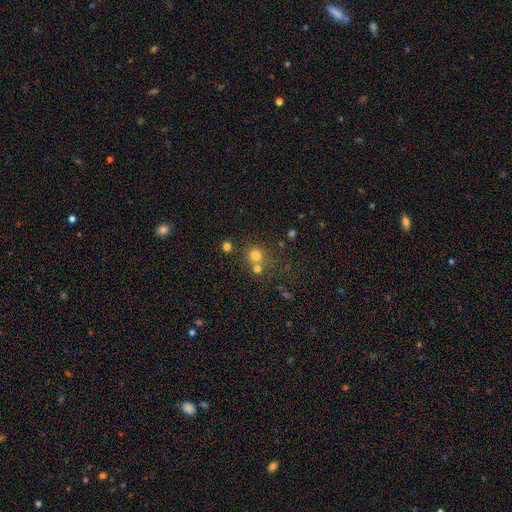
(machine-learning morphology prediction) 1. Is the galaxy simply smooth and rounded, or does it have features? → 73% smooth, 18% star or artifact, 10% featured or disk.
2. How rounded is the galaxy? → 88% round, 11% in between, 1% cigar-shaped.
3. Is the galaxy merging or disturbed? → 59% none, 29% merger, 8% minor disturbance, 4% major disturbance.